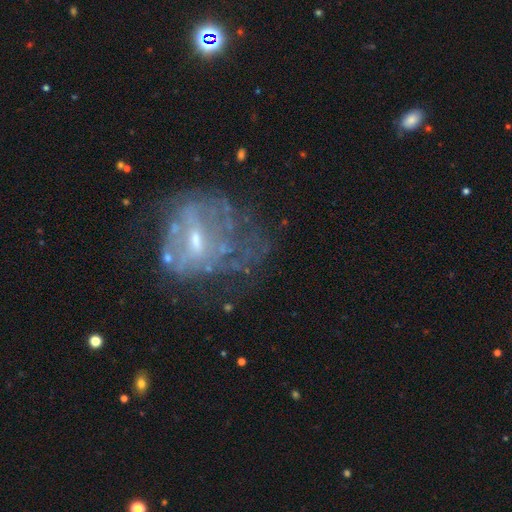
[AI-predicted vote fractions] Smooth or featured: featured or disk — 64% (star or artifact — 19%)
Edge-on disk: no — 96% (yes — 4%)
Bar: weak — 42% (tied with no — 42%)
Spiral arms: no — 63% (yes — 37%)
Bulge size: small — 55% (moderate — 30%)
Merging: none — 43% (major disturbance — 32%)